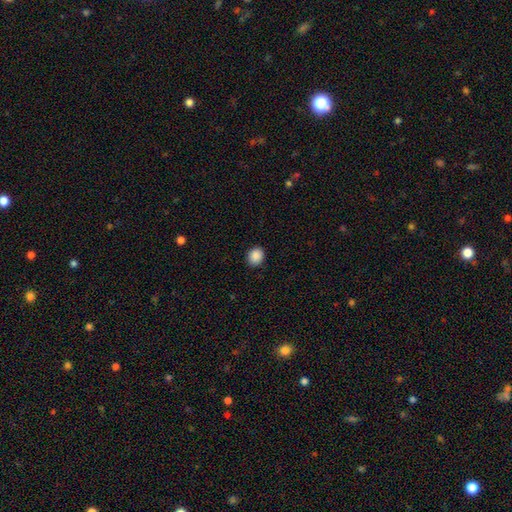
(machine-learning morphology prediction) type=smooth (89%); roundness=round (66%); merging=none (90%).